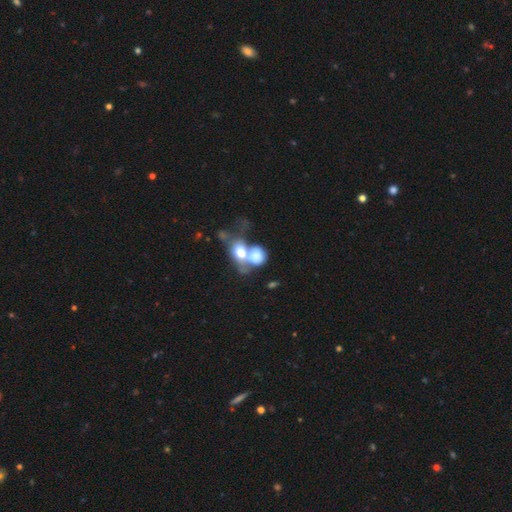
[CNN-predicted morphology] A smooth galaxy with no disk features (67%) that is in between round and cigar-shaped (54%).

Vote fractions:
- Smooth or featured? smooth: 67% / featured or disk: 24% / star or artifact: 9%
- How rounded? in between: 54% / round: 44% / cigar-shaped: 2%
- Merging? merger: 71% / none: 12% / major disturbance: 10% / minor disturbance: 7%